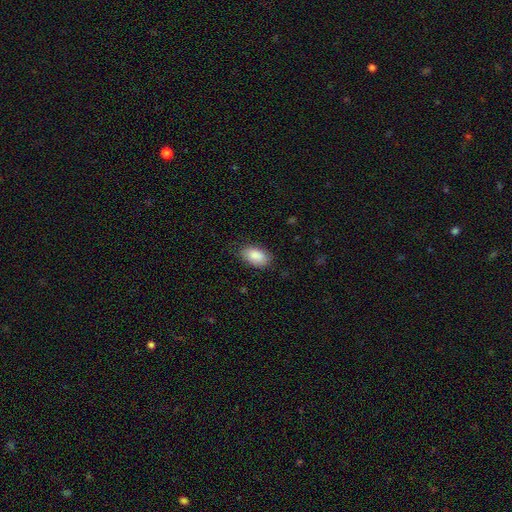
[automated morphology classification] smooth_or_featured: smooth (p=0.88) [alt: star or artifact p=0.07]
how_rounded: in between (p=0.93) [alt: round p=0.05]
merging: none (p=0.81) [alt: minor disturbance p=0.15]